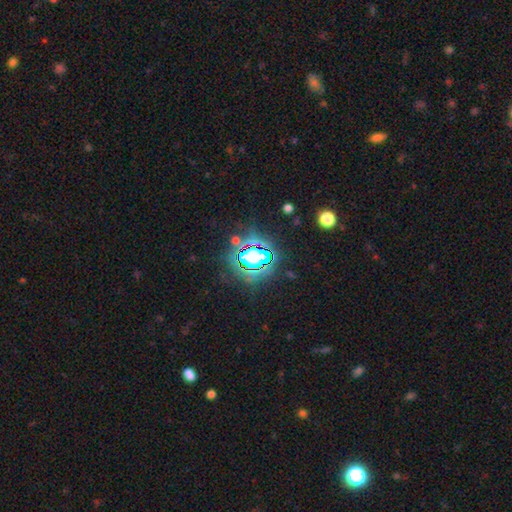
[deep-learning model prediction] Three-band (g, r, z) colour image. It shows a star or artifact, not a galaxy (81%).